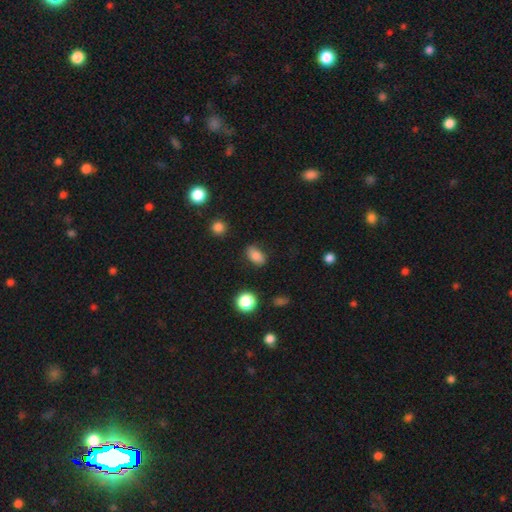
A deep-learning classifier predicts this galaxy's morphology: This appears to be a smooth galaxy with no disk features (82%) that is in between round and cigar-shaped (86%). Merging: none (79%).